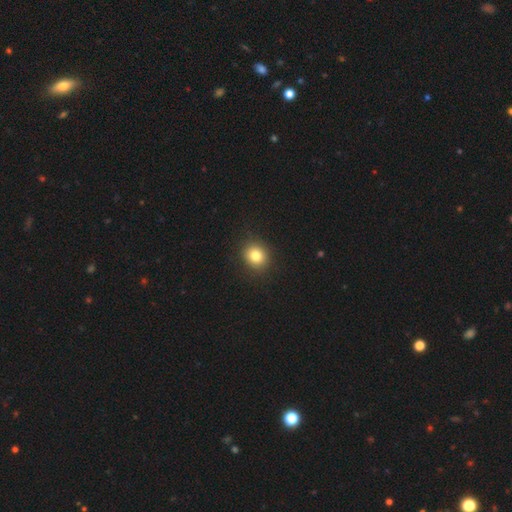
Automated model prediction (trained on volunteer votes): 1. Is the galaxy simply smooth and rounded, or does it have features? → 82% smooth, 11% star or artifact, 7% featured or disk.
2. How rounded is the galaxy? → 79% round, 20% in between, 1% cigar-shaped.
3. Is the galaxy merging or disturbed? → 90% none, 7% minor disturbance, 2% major disturbance, 1% merger.